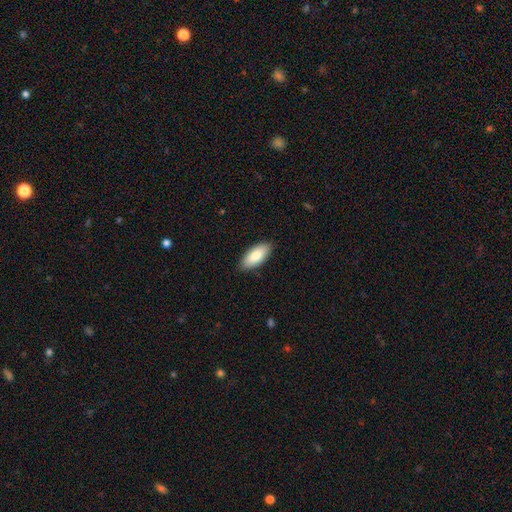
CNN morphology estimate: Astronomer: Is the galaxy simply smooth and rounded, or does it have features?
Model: smooth — 84%.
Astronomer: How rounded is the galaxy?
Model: in between — 88%.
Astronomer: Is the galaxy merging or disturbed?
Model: none — 87%.